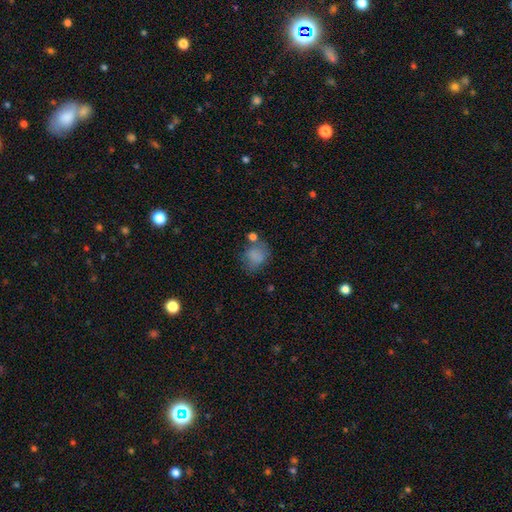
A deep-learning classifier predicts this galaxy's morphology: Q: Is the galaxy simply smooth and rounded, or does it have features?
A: smooth — 78%.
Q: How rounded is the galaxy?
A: round — 60%.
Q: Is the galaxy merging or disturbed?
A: none — 54%.